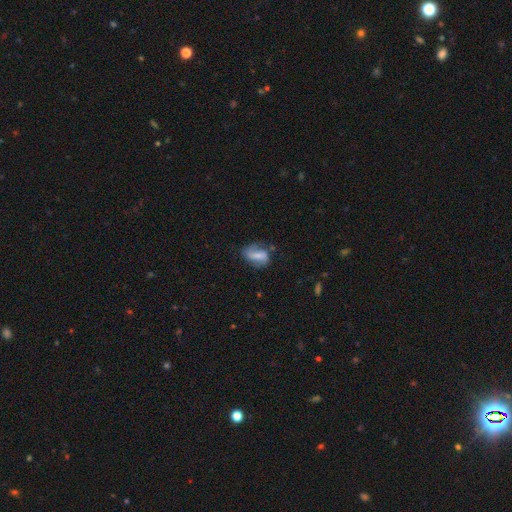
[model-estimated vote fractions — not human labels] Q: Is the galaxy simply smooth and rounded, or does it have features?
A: featured or disk — 47%.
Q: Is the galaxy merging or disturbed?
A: none — 52%.